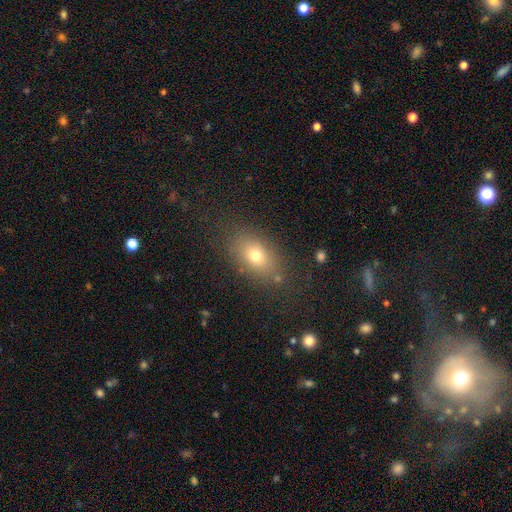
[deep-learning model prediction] Smooth or featured? Predicted: smooth (p=0.73). How rounded? Predicted: in between (p=0.81). Merging? Predicted: none (p=0.80).